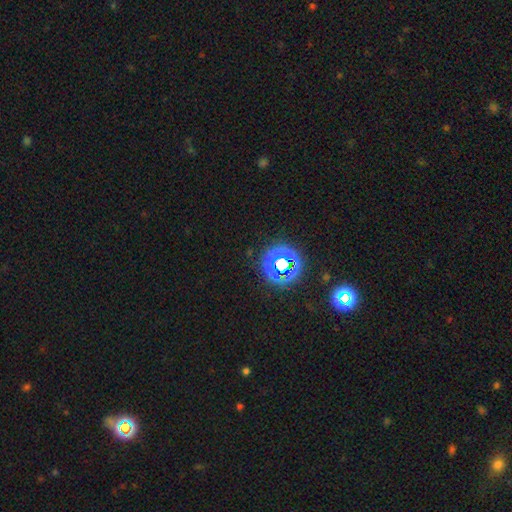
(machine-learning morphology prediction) smooth_or_featured: star or artifact (p=0.71) [alt: smooth p=0.22]